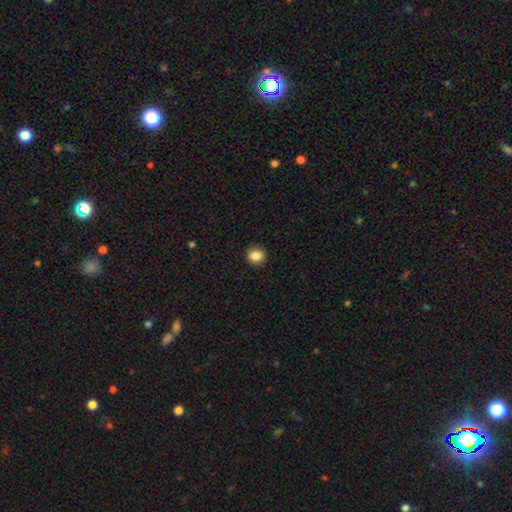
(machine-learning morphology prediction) This appears to be a smooth galaxy with no disk features (86%) that is round (89%). Merging: none (92%).